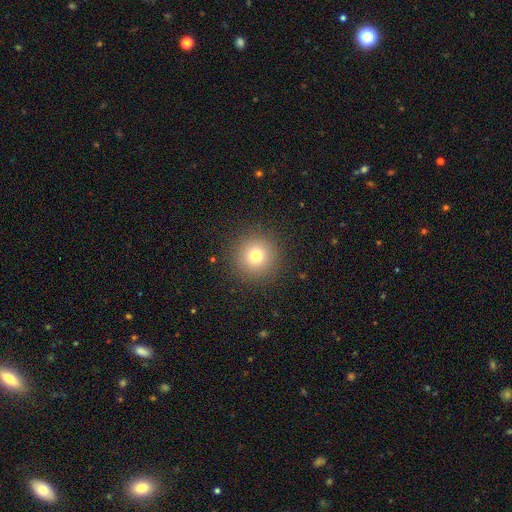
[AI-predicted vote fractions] smooth_or_featured: smooth (p=0.75) [alt: star or artifact p=0.16]
how_rounded: round (p=0.96) [alt: in between p=0.03]
merging: none (p=0.91) [alt: minor disturbance p=0.05]